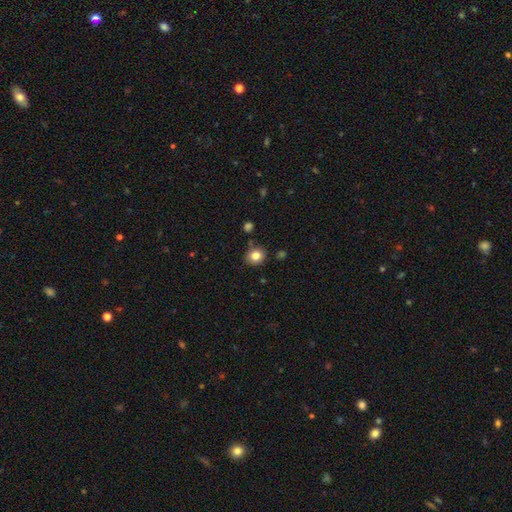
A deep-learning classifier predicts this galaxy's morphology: smooth-or-featured: smooth: 82% | star or artifact: 11% | featured or disk: 7%
  how-rounded: round: 81% | in between: 18% | cigar-shaped: 1%
  merging: none: 84% | minor disturbance: 10% | merger: 4% | major disturbance: 2%